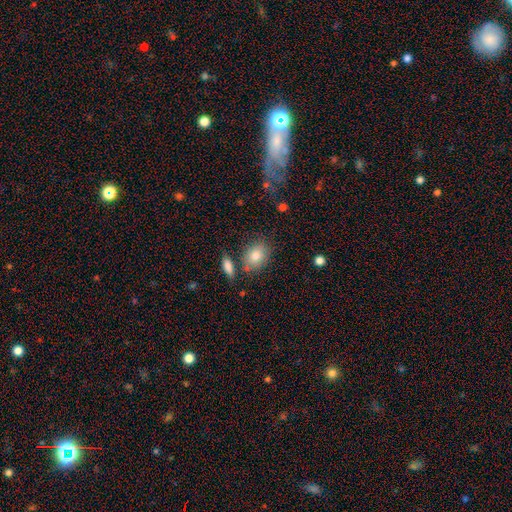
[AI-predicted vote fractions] A smooth galaxy with no disk features (81%) that is in between round and cigar-shaped (62%). Merging: none (72%).